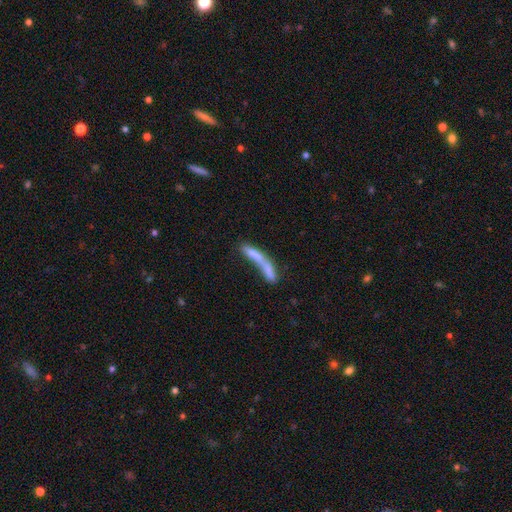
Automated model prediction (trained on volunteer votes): This appears to be a smooth galaxy with no disk features (61%) that is cigar-shaped (81%). Merging: merger (52%).